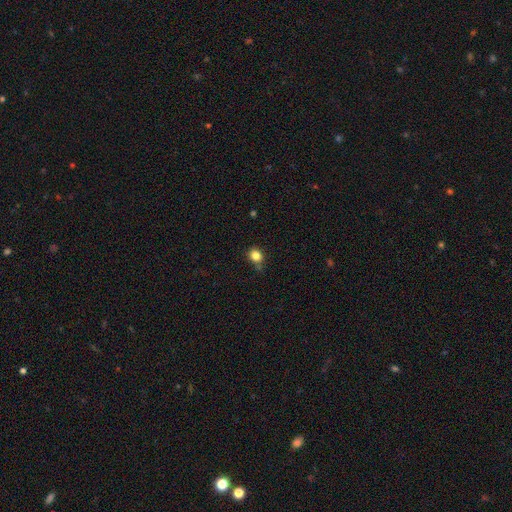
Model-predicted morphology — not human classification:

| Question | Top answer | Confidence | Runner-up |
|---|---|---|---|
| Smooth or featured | smooth | 83% | star or artifact (12%) |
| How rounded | round | 72% | in between (27%) |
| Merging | none | 72% | minor disturbance (19%) |